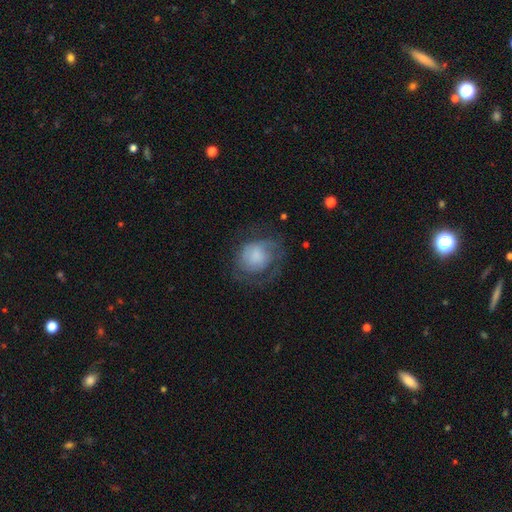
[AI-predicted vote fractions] A smooth galaxy with no disk features (48%).

Vote fractions:
- Smooth or featured? smooth: 48% / featured or disk: 44% / star or artifact: 8%
- Merging? none: 46% / major disturbance: 29% / minor disturbance: 24% / merger: 2%